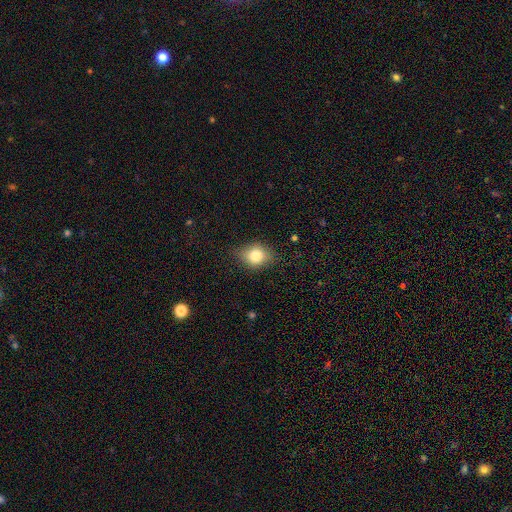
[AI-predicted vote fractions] Smooth or featured?
  - smooth: 80% *
  - featured or disk: 11%
  - star or artifact: 9%
How rounded?
  - in between: 53% *
  - round: 46%
  - cigar-shaped: 1%
Merging?
  - none: 76% *
  - minor disturbance: 19%
  - major disturbance: 4%
  - merger: 1%